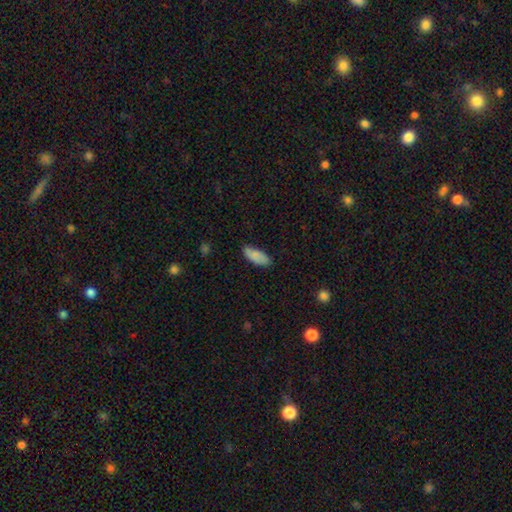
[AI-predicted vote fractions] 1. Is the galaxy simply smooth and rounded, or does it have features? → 85% smooth, 9% featured or disk, 6% star or artifact.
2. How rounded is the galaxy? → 80% in between, 18% cigar-shaped, 2% round.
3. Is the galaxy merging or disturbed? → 78% none, 18% minor disturbance, 3% major disturbance, 1% merger.